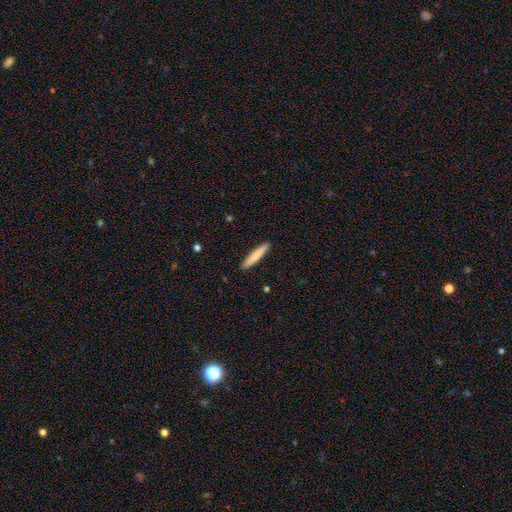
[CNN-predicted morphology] Q: Smooth or featured?
A: smooth (78%); runner-up: featured or disk (17%)
Q: How rounded?
A: cigar-shaped (93%); runner-up: in between (6%)
Q: Merging?
A: none (92%); runner-up: minor disturbance (6%)